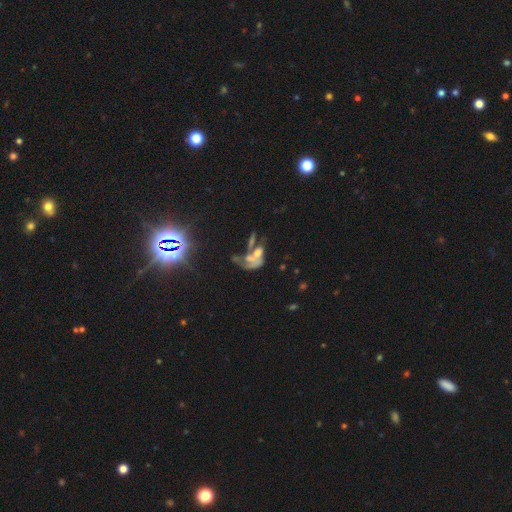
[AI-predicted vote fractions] A featured or disk galaxy (53%). Merging: merger (48%).